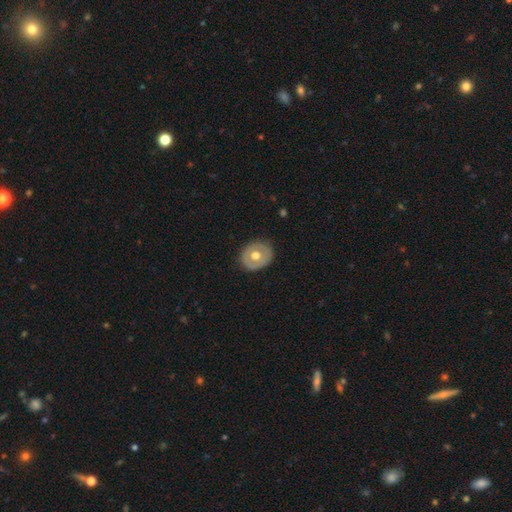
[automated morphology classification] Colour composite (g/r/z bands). It shows a smooth galaxy with no disk features (48%). Merging: none (84%).